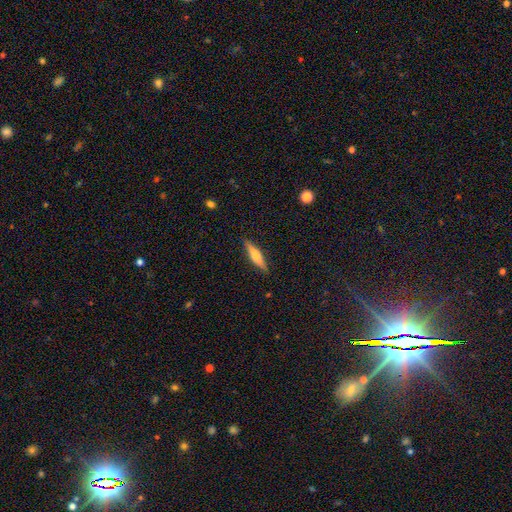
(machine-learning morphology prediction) smooth-or-featured: smooth: 56% | featured or disk: 38% | star or artifact: 6%
  how-rounded: cigar-shaped: 79% | in between: 19% | round: 2%
  merging: none: 88% | minor disturbance: 8% | major disturbance: 2% | merger: 1%